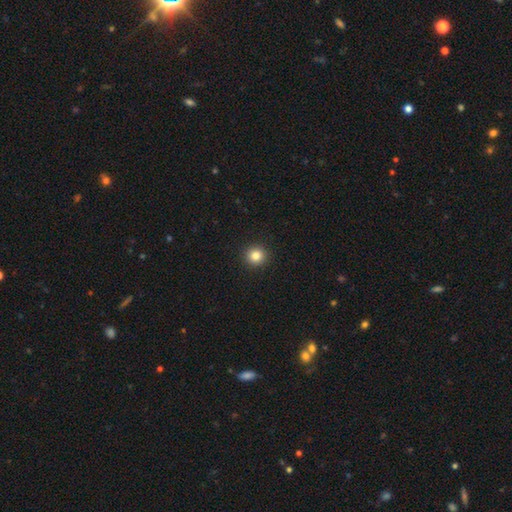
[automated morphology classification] This appears to be a smooth galaxy with no disk features (83%) that is round (94%). Merging: none (93%).